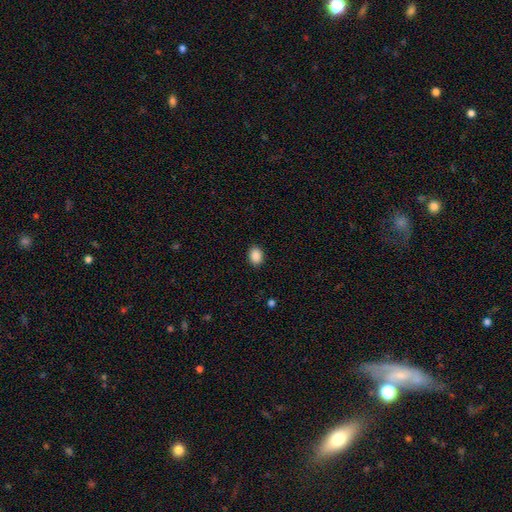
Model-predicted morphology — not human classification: A smooth galaxy with no disk features (89%) that is in between round and cigar-shaped (70%).

Vote fractions:
- Smooth or featured? smooth: 89% / star or artifact: 8% / featured or disk: 3%
- How rounded? in between: 70% / round: 29% / cigar-shaped: 1%
- Merging? none: 90% / minor disturbance: 7% / major disturbance: 2% / merger: 1%